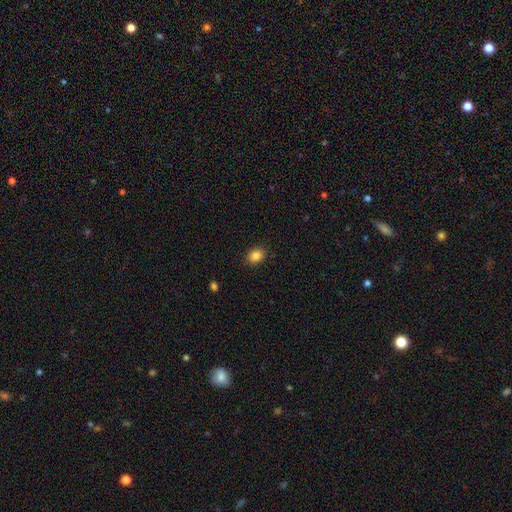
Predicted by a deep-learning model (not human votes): Q: Smooth or featured?
A: smooth (85%); runner-up: star or artifact (10%)
Q: How rounded?
A: in between (54%); runner-up: round (45%)
Q: Merging?
A: none (89%); runner-up: minor disturbance (8%)